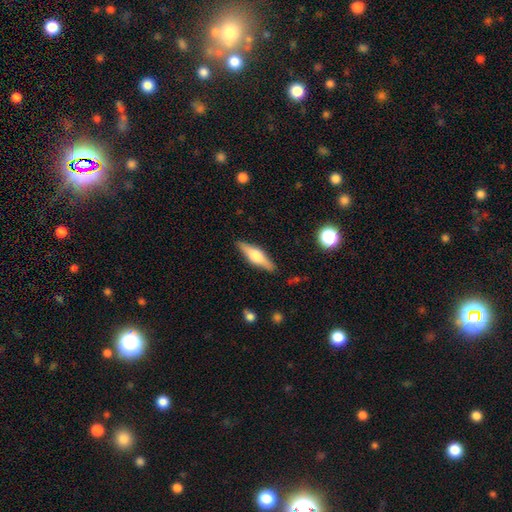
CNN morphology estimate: Smooth or featured? Predicted: featured or disk (p=0.61). Edge-on disk? Predicted: yes (p=0.96). Edge-on bulge? Predicted: rounded (p=0.90). Merging? Predicted: none (p=0.89).